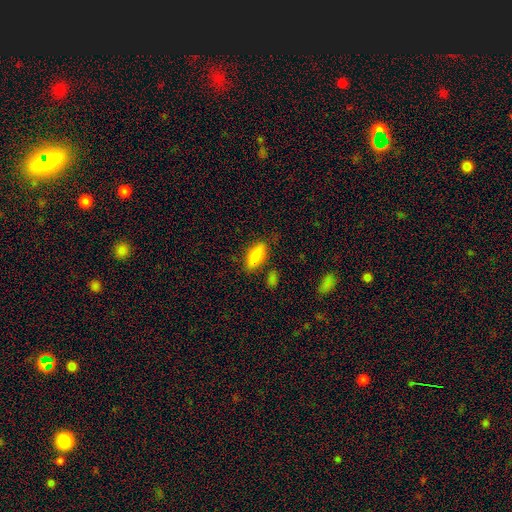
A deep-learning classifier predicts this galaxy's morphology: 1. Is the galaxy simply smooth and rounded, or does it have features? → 81% smooth, 12% featured or disk, 7% star or artifact.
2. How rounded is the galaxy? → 81% in between, 17% cigar-shaped, 3% round.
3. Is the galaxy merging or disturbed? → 77% none, 14% minor disturbance, 5% merger, 4% major disturbance.